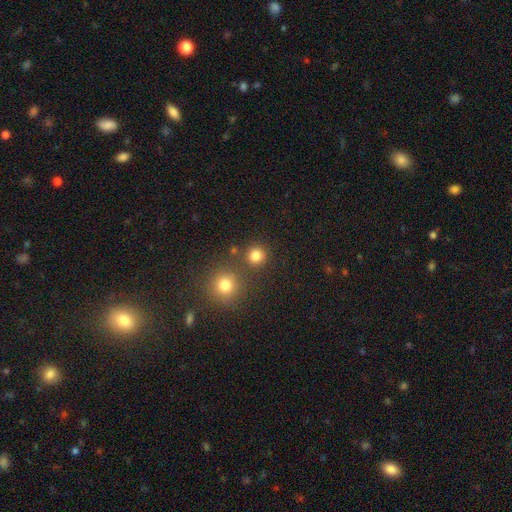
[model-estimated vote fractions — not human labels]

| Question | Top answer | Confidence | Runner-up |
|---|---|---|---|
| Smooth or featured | smooth | 81% | star or artifact (15%) |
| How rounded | round | 93% | in between (6%) |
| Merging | none | 82% | merger (9%) |